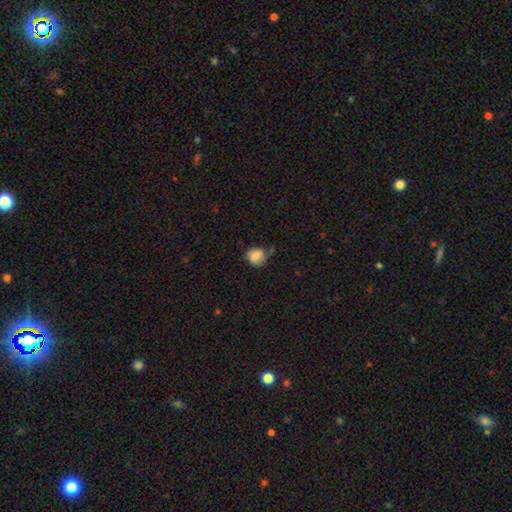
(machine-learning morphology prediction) Smooth or featured: smooth — 77% (featured or disk — 14%)
How rounded: round — 69% (in between — 30%)
Merging: none — 52% (minor disturbance — 32%)